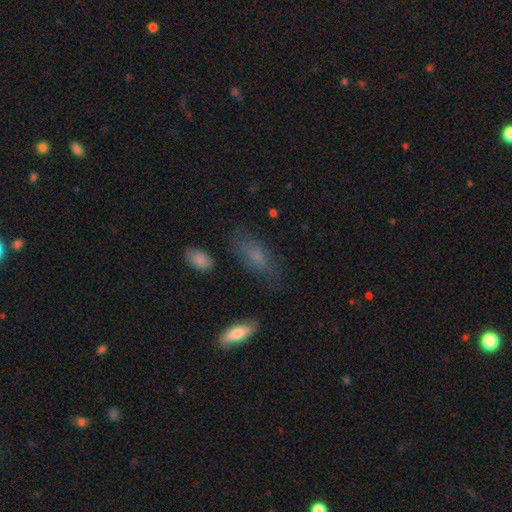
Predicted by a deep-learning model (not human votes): Morphology: type=smooth (62%); roundness=in between (73%); merging=none (69%).